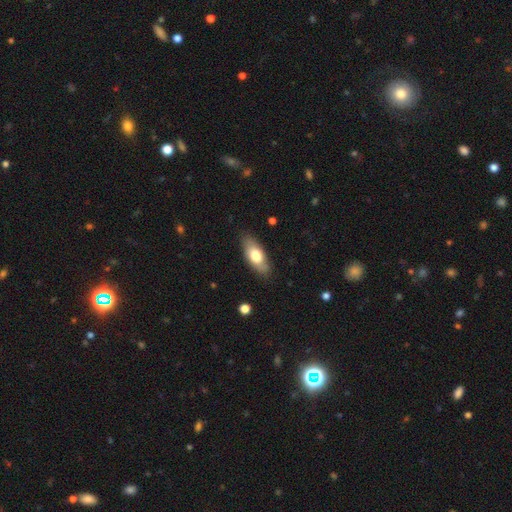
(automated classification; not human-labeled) Overall: smooth (68%). How rounded: in between (81%). Merging: none (83%).